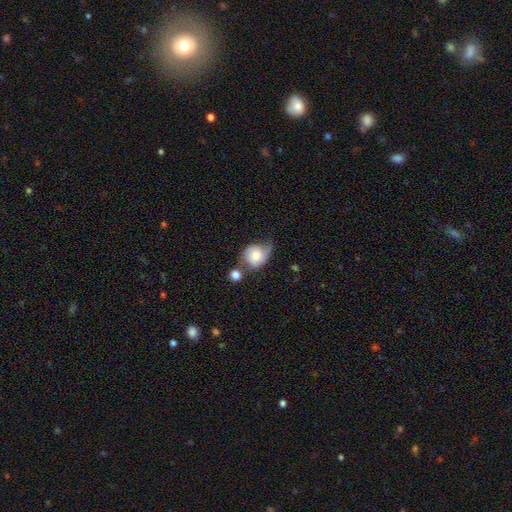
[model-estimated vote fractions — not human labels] smooth-or-featured: smooth: 63% | featured or disk: 30% | star or artifact: 8%
  how-rounded: round: 69% | in between: 30% | cigar-shaped: 1%
  merging: minor disturbance: 31% (tied) | none: 31% (tied) | major disturbance: 19% | merger: 18%